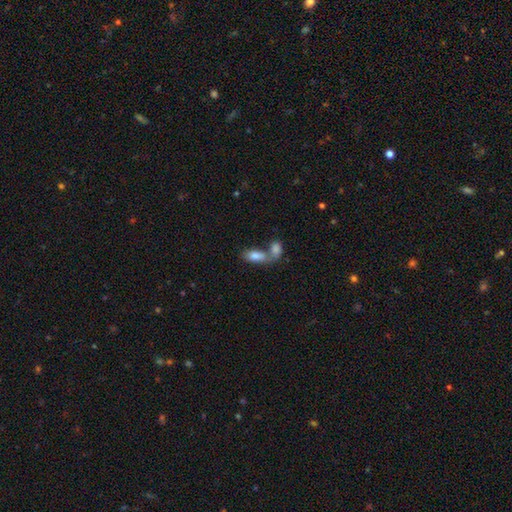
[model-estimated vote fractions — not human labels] This is likely a smooth galaxy (78%). How rounded: clearly in between (87%). Merging: likely merger (61%).